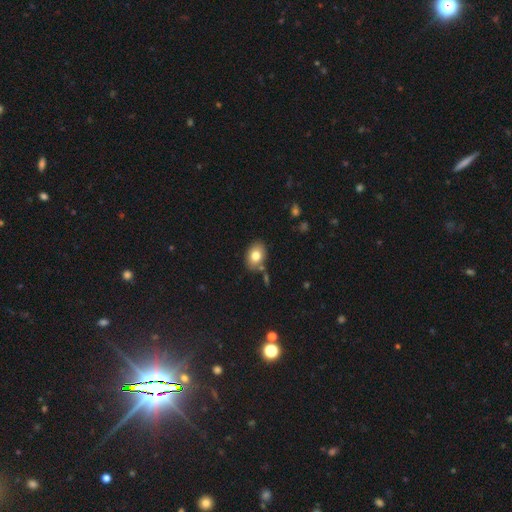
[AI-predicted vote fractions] The model was most divided on "how rounded": in between: 74%, round: 25%, cigar-shaped: 1%. More confident: smooth or featured — smooth (79%); merging — none (79%).